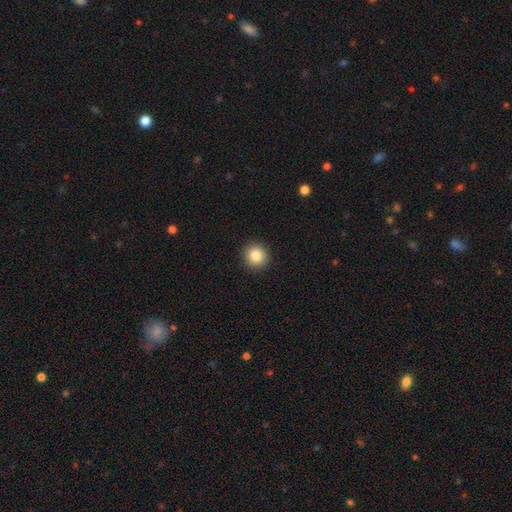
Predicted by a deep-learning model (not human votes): Overall: smooth (84%). How rounded: round (93%). Merging: none (92%).